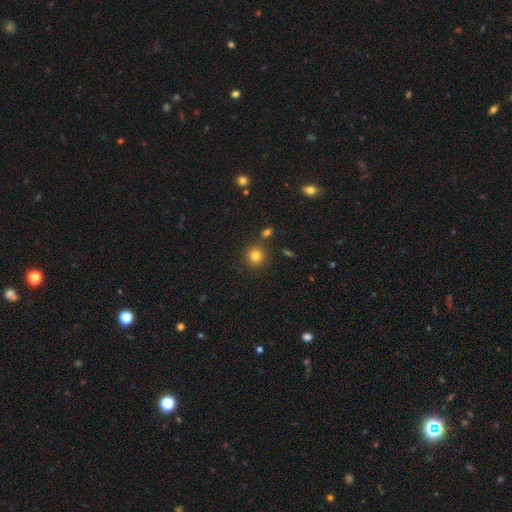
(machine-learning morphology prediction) This is clearly a smooth galaxy (81%). How rounded: clearly round (91%). Merging: clearly none (83%).